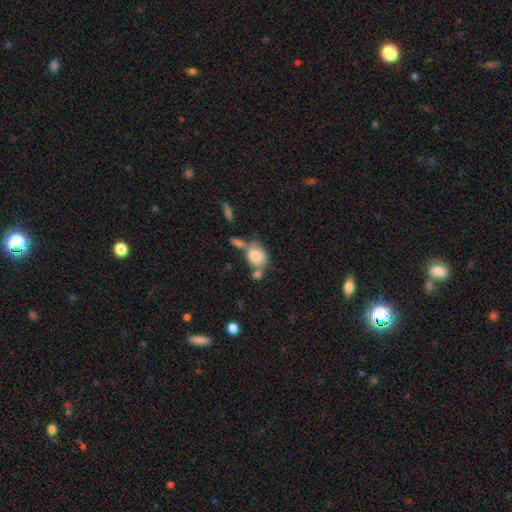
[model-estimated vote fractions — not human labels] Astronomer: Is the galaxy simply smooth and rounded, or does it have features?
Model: smooth — 80%.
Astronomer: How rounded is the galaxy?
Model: in between — 53% (runner-up: round, 46%).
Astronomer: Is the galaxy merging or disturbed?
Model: merger — 39% (runner-up: none, 37%).